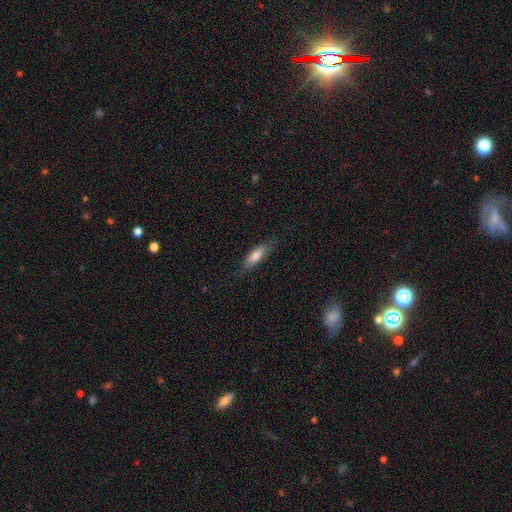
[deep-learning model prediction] Smooth or featured? smooth (76%)
How rounded? cigar-shaped (56%)
Merging? none (80%)